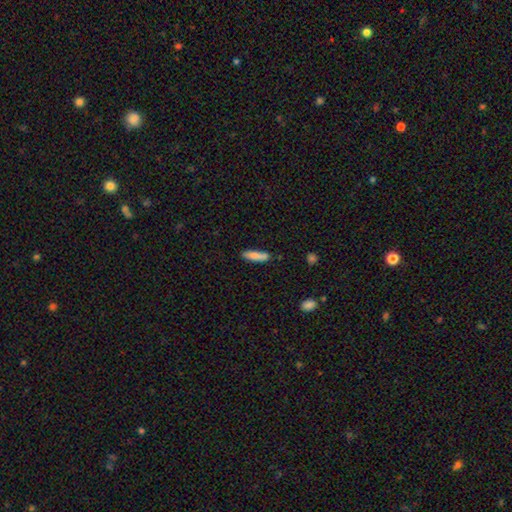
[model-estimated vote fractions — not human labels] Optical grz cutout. It shows a smooth galaxy with no disk features (82%) that is cigar-shaped (65%). Merging: none (78%).